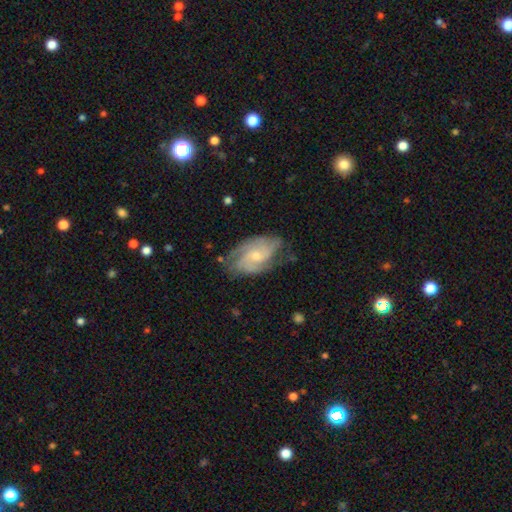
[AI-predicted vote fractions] This is likely a featured or disk galaxy (80%). It is clearly not viewed edge-on (96%). Bar: likely no (62%). Spiral arm pattern: clearly yes (95%). Spiral arm count: marginally 2 (40%). Spiral winding: marginally tight (44%). Central bulge: possibly small (56%). Merging: likely none (66%).